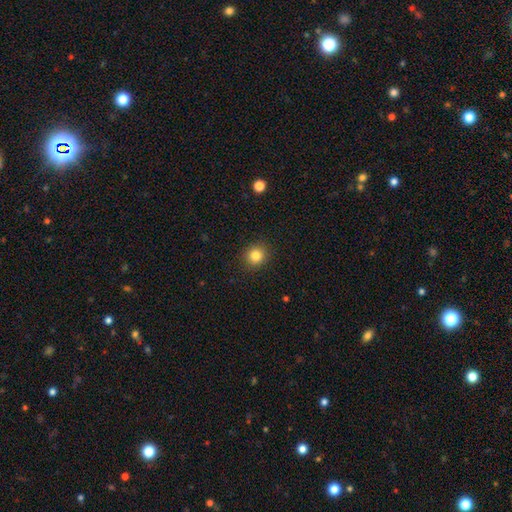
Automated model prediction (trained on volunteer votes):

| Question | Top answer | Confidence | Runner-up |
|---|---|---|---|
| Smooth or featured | smooth | 83% | star or artifact (11%) |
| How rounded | round | 86% | in between (13%) |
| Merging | none | 91% | minor disturbance (6%) |